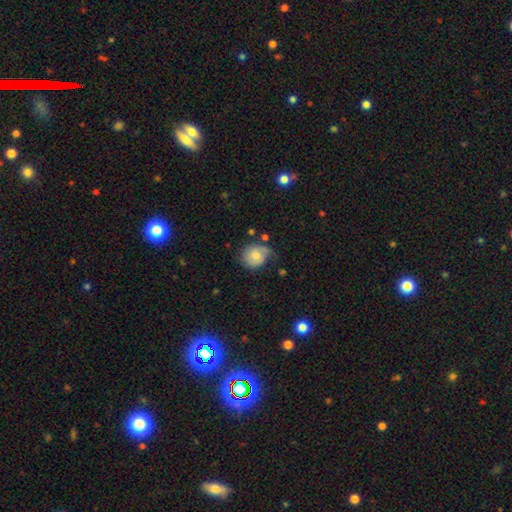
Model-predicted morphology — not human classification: smooth-or-featured: smooth: 63% | featured or disk: 28% | star or artifact: 8%
  how-rounded: round: 69% | in between: 30% | cigar-shaped: 1%
  merging: none: 55% | minor disturbance: 31% | major disturbance: 11% | merger: 4%